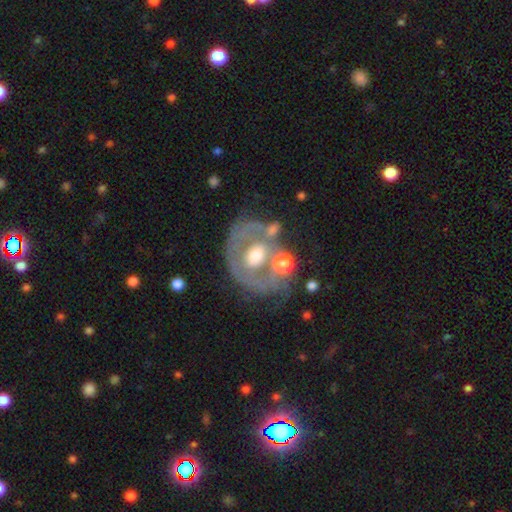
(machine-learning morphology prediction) This appears to be a featured or disk galaxy (65%) with no bar (70%), no spiral arms (65%) and a moderate central bulge (64%). Merging: none (42%).